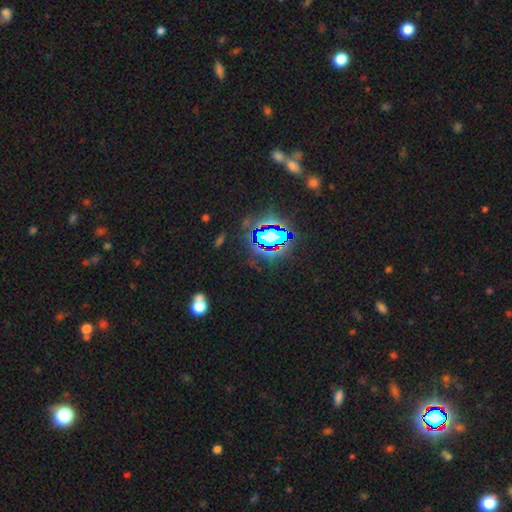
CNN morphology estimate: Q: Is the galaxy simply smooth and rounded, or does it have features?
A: star or artifact — 80%.